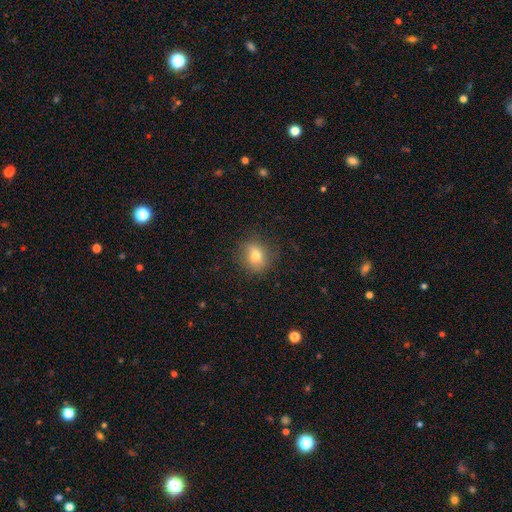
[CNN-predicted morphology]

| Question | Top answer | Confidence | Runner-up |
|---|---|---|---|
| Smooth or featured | smooth | 67% | featured or disk (21%) |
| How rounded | round | 67% | in between (30%) |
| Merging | none | 82% | minor disturbance (13%) |